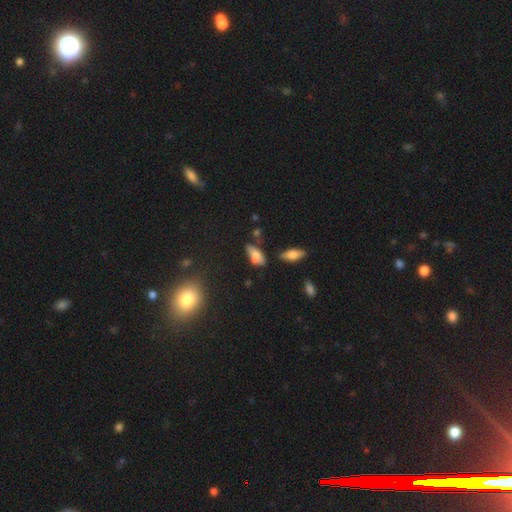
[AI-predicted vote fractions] Smooth or featured? smooth (70%)
How rounded? in between (81%)
Merging? none (49%)